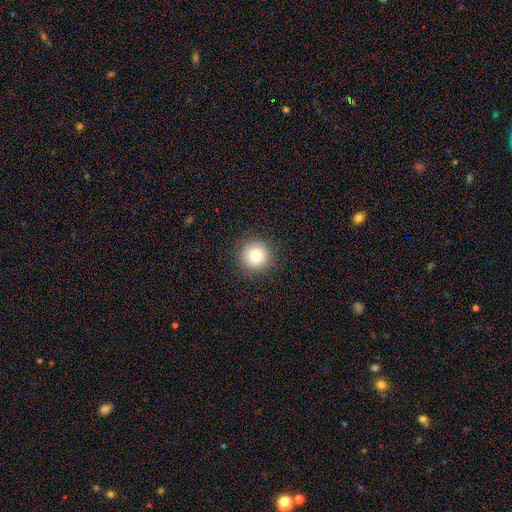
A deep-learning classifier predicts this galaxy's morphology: A smooth galaxy with no disk features (79%) that is round (95%).

Vote fractions:
- Smooth or featured? smooth: 79% / star or artifact: 12% / featured or disk: 9%
- How rounded? round: 95% / in between: 4% / cigar-shaped: 1%
- Merging? none: 91% / minor disturbance: 6% / major disturbance: 2% / merger: 1%